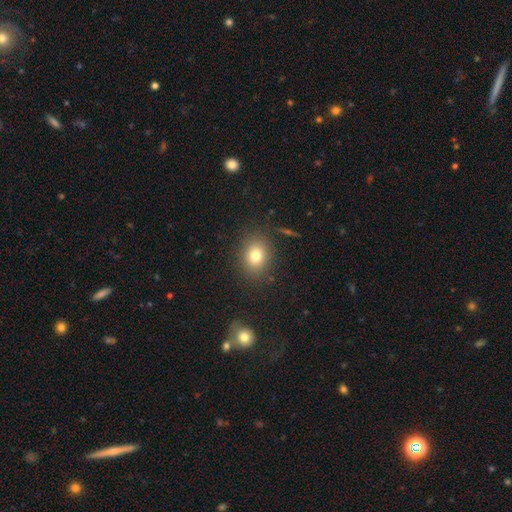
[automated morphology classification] Smooth or featured: smooth — 78% (star or artifact — 13%)
How rounded: round — 57% (in between — 42%)
Merging: none — 85% (minor disturbance — 9%)